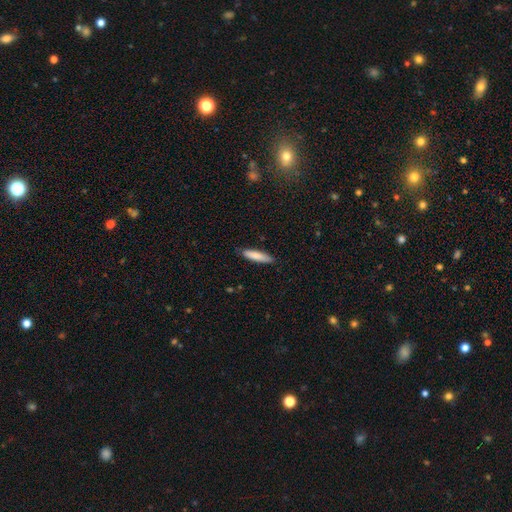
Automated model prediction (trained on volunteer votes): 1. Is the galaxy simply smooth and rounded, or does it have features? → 82% smooth, 12% featured or disk, 6% star or artifact.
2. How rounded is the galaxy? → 78% cigar-shaped, 21% in between, 1% round.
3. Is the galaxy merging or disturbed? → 85% none, 12% minor disturbance, 2% major disturbance, 1% merger.